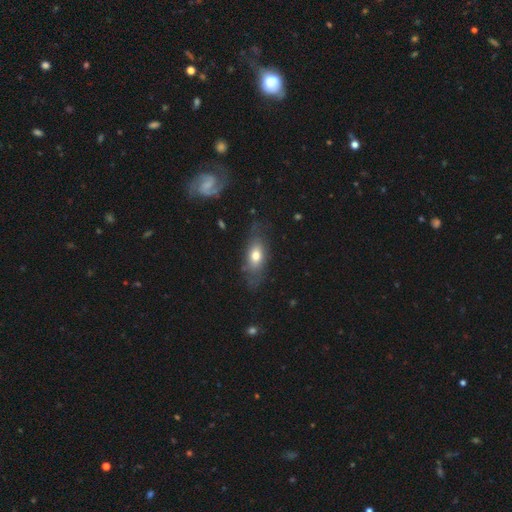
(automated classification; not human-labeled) This is likely a smooth galaxy (63%). How rounded: clearly in between (82%). Merging: likely none (66%).